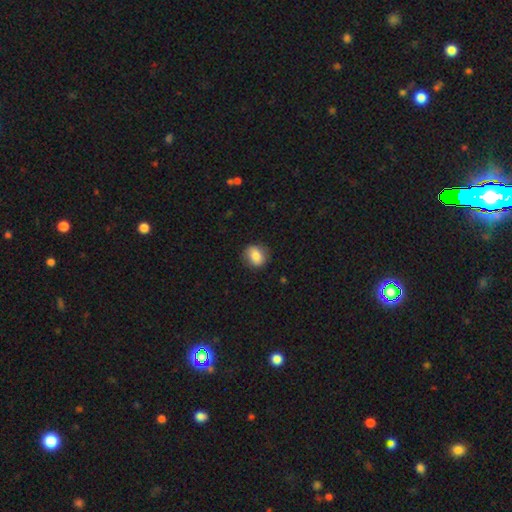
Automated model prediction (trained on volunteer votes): This is clearly a smooth galaxy (81%). How rounded: possibly round (50%). Merging: clearly none (82%).